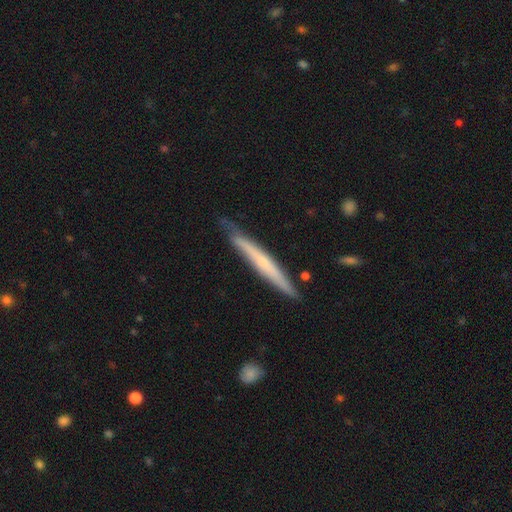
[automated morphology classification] Overall: featured or disk (58%; smooth 35%). Edge-on disk: yes (94%). Edge-on bulge: none (55%; rounded 40%). Merging: none (81%).